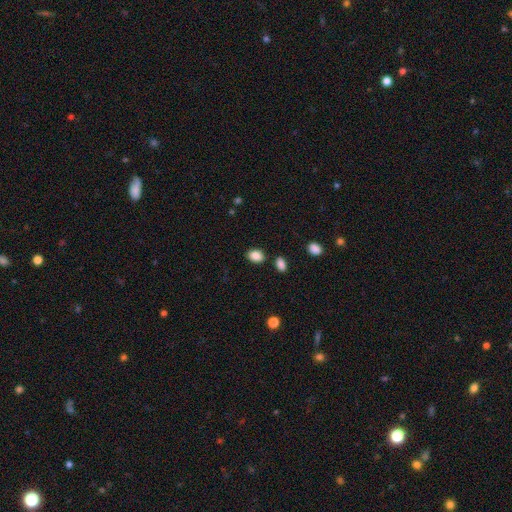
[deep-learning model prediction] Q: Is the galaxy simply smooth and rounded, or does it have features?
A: smooth — 87%.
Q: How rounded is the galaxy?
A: in between — 73%.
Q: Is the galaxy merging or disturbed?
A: none — 81%.